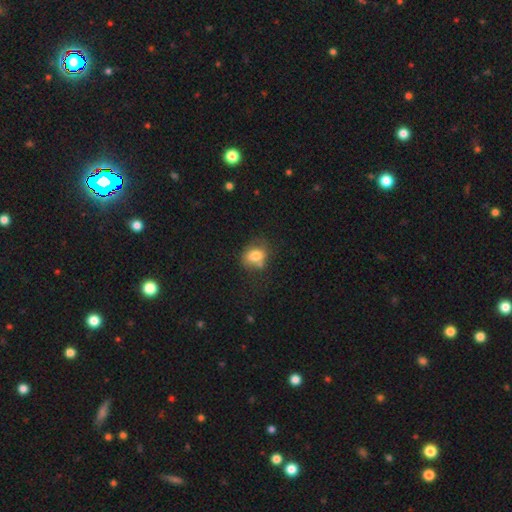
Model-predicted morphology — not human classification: Overall: smooth (76%). How rounded: round (51%; in between 48%). Merging: none (55%; minor disturbance 25%).